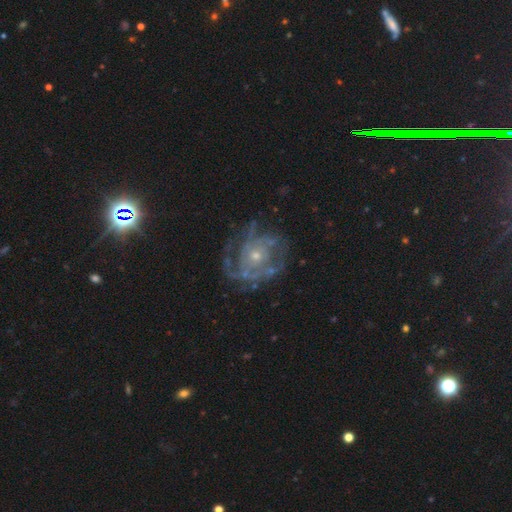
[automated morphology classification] Smooth or featured? Predicted: featured or disk (p=0.84). Edge-on disk? Predicted: no (p=0.97). Bar? Predicted: no (p=0.80). Spiral arms? Predicted: yes (p=0.89). Spiral winding? Predicted: tight (p=0.55). Spiral arm count? Predicted: can't tell (p=0.36). Bulge size? Predicted: small (p=0.66). Merging? Predicted: none (p=0.64).